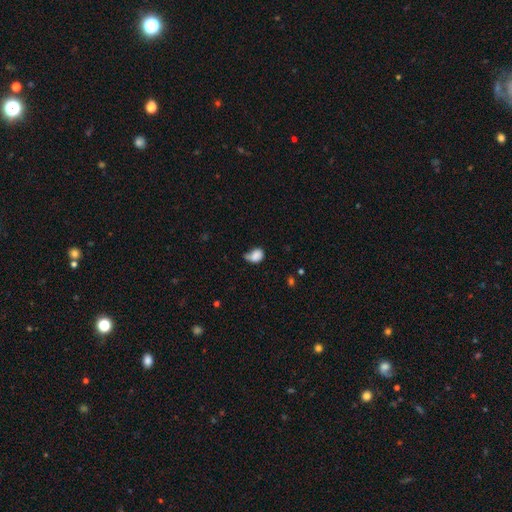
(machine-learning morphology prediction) Smooth or featured? Predicted: smooth (p=0.81). How rounded? Predicted: in between (p=0.66). Merging? Predicted: minor disturbance (p=0.36).